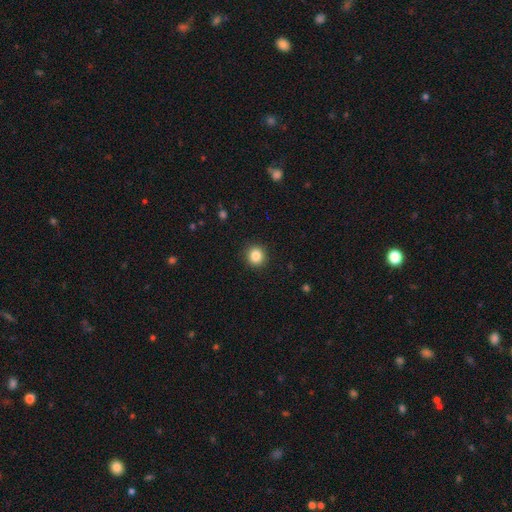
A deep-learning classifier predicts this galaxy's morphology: Smooth or featured? Predicted: smooth (p=0.86). How rounded? Predicted: round (p=0.91). Merging? Predicted: none (p=0.92).